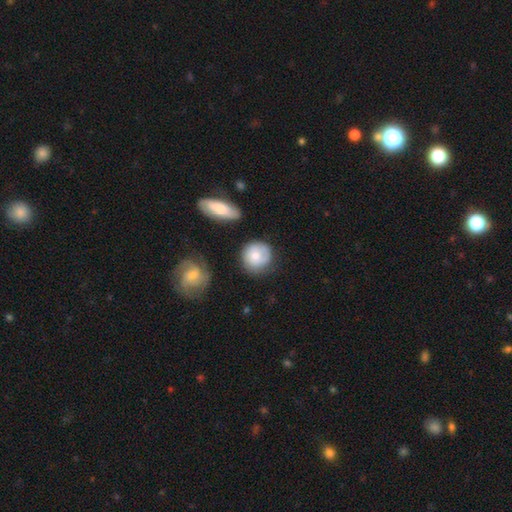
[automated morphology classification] Smooth or featured?
  - smooth: 69% *
  - featured or disk: 25%
  - star or artifact: 6%
How rounded?
  - round: 87% *
  - in between: 12%
  - cigar-shaped: 1%
Merging?
  - none: 69% *
  - minor disturbance: 20%
  - major disturbance: 6%
  - merger: 5%